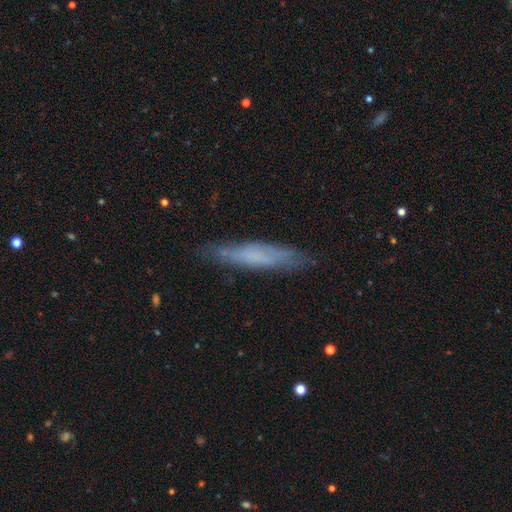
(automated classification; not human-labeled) Q: Smooth or featured?
A: smooth (52%); runner-up: featured or disk (40%)
Q: How rounded?
A: cigar-shaped (88%); runner-up: in between (11%)
Q: Merging?
A: none (79%); runner-up: minor disturbance (16%)